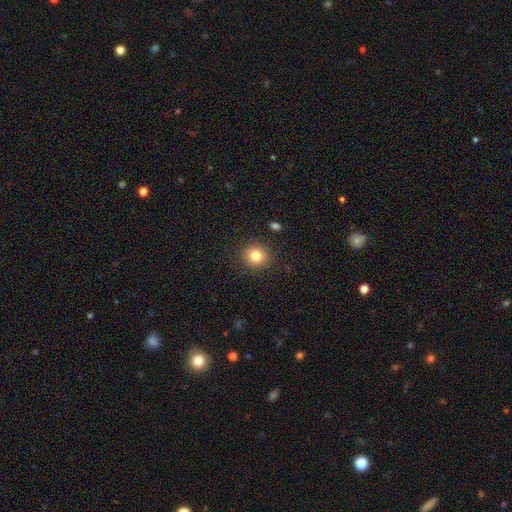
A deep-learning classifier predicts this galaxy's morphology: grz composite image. It shows a smooth galaxy with no disk features (81%) that is round (89%). Merging: none (89%).